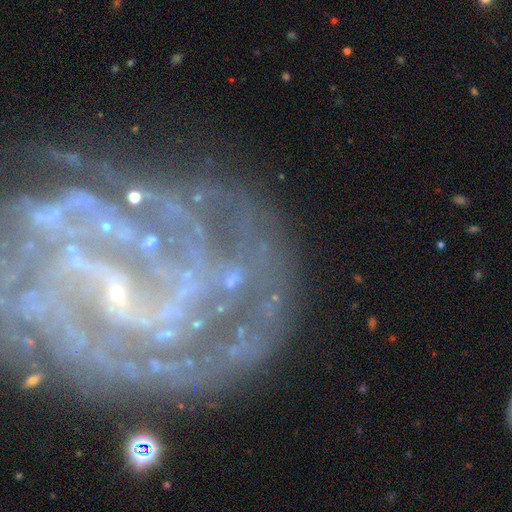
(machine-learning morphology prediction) featured or disk 88%, star or artifact 7%, smooth 4%. Down the decision tree: edge-on disk — no (98%); bar — weak (41%); spiral arms — yes (95%); spiral arm count — 2 (24%); spiral winding — tight (51%); bulge size — small (76%); merging — none (65%).